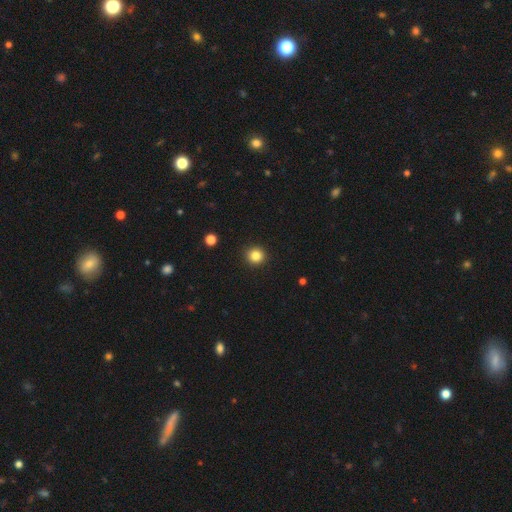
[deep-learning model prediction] Smooth or featured?
  - smooth: 84% *
  - star or artifact: 12%
  - featured or disk: 5%
How rounded?
  - round: 94% *
  - in between: 5%
  - cigar-shaped: 1%
Merging?
  - none: 93% *
  - minor disturbance: 5%
  - major disturbance: 2%
  - merger: 1%